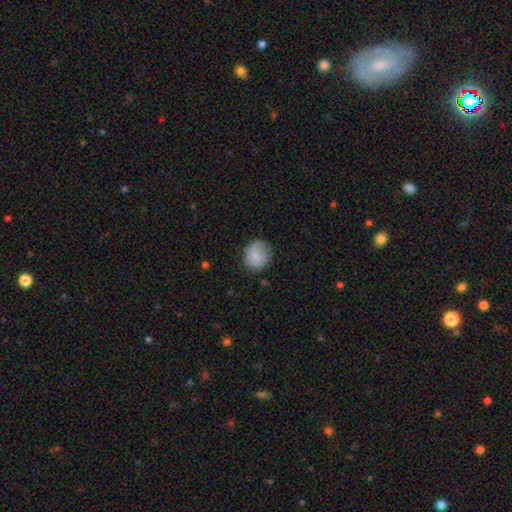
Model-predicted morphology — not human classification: Smooth or featured: smooth — 77% (featured or disk — 16%)
How rounded: round — 86% (in between — 13%)
Merging: none — 76% (minor disturbance — 18%)